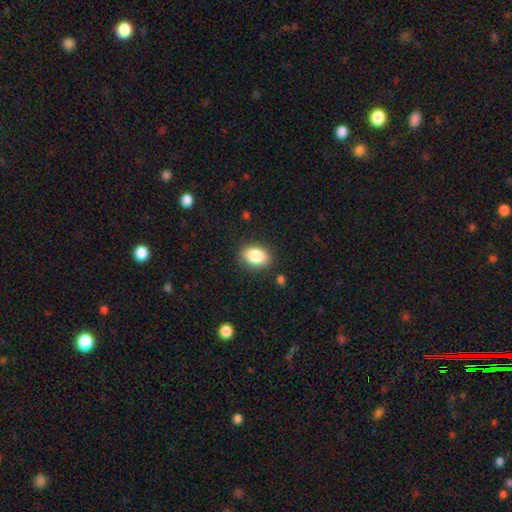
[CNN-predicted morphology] This appears to be a smooth galaxy with no disk features (85%) that is in between round and cigar-shaped (83%). Merging: none (86%).